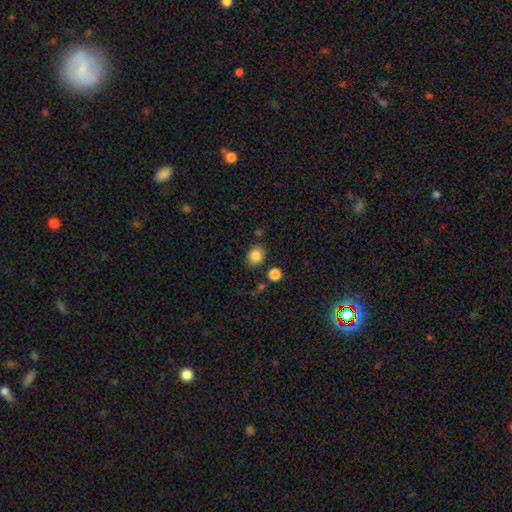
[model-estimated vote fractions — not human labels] smooth-or-featured: smooth: 84% | star or artifact: 10% | featured or disk: 6%
  how-rounded: round: 64% | in between: 35% | cigar-shaped: 1%
  merging: none: 82% | minor disturbance: 11% | merger: 4% | major disturbance: 3%